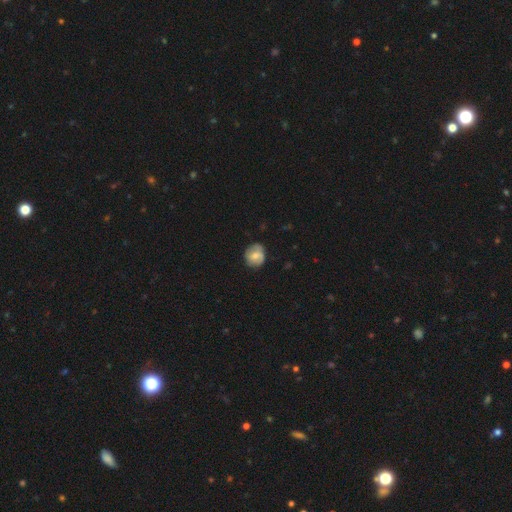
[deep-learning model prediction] A smooth galaxy with no disk features (66%) that is round (77%).

Vote fractions:
- Smooth or featured? smooth: 66% / featured or disk: 27% / star or artifact: 7%
- How rounded? round: 77% / in between: 22% / cigar-shaped: 1%
- Merging? none: 69% / minor disturbance: 24% / major disturbance: 5% / merger: 1%